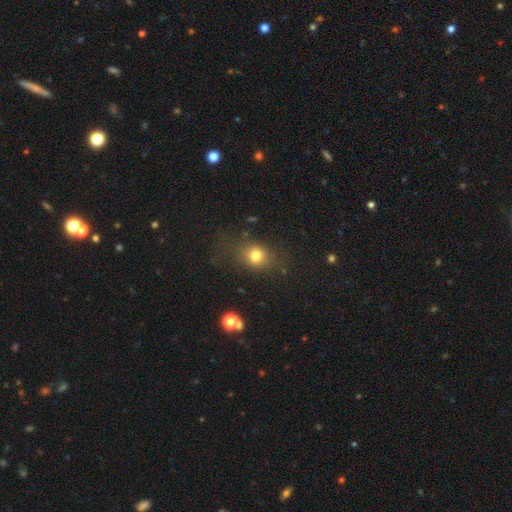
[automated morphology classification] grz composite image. It shows a smooth galaxy with no disk features (76%) that is round (60%). Merging: none (69%).